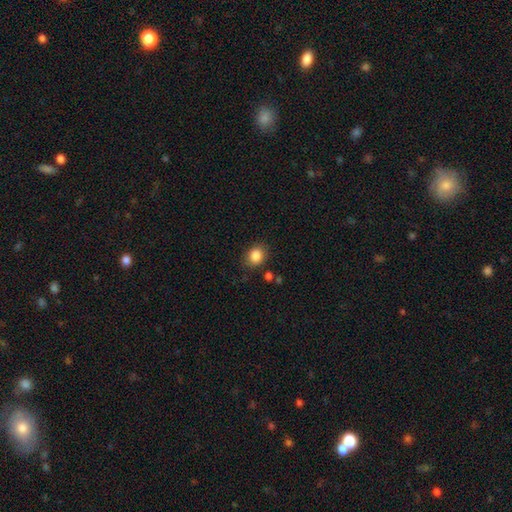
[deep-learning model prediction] The model was most divided on "how rounded": round: 60%, in between: 40%, cigar-shaped: 1%. More confident: smooth or featured — smooth (86%); merging — none (81%).